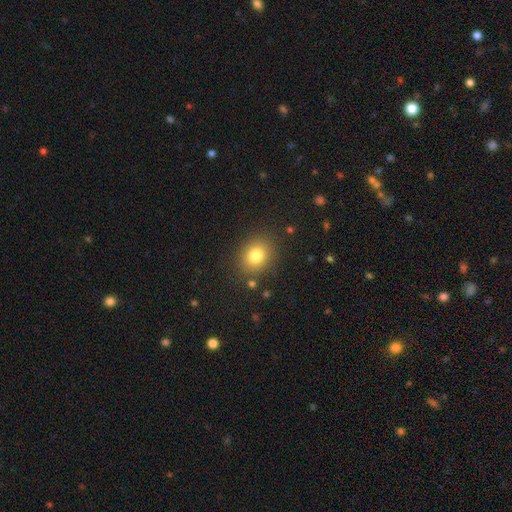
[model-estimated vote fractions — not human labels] smooth 80%, star or artifact 12%, featured or disk 8%. Down the decision tree: how rounded — round (61%); merging — none (85%).